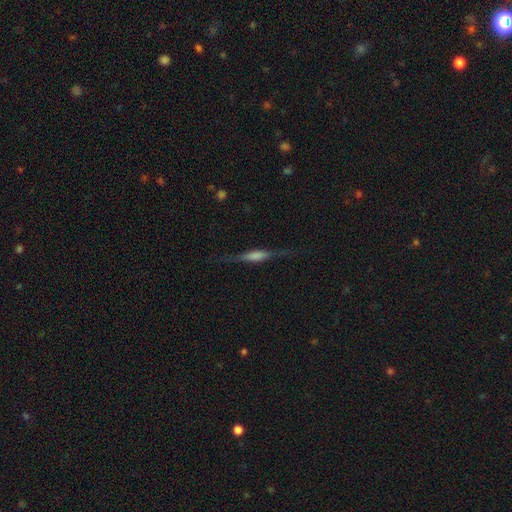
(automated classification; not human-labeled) This appears to be a featured or disk galaxy (62%) viewed edge-on (96%) with a rounded central bulge (48%). Merging: none (81%).